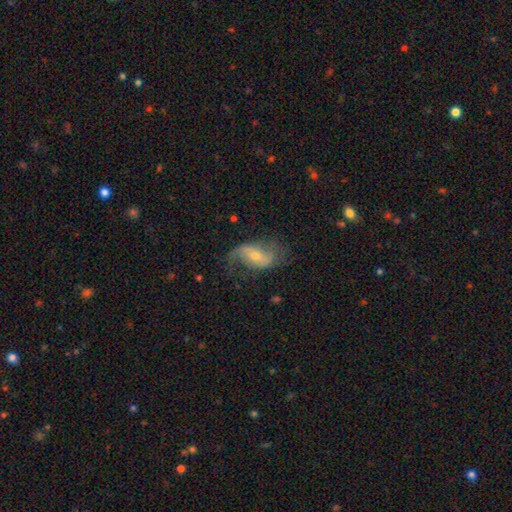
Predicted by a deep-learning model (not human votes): featured or disk 74%, smooth 18%, star or artifact 8%. Down the decision tree: edge-on disk — no (94%); bar — weak (40%); spiral arms — yes (89%); spiral arm count — 2 (77%); spiral winding — loose (65%); bulge size — small (54%); merging — none (55%).